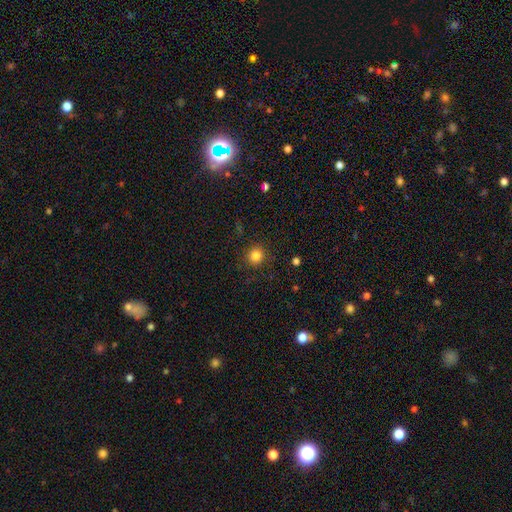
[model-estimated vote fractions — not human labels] Smooth or featured? Predicted: smooth (p=0.83). How rounded? Predicted: round (p=0.92). Merging? Predicted: none (p=0.89).